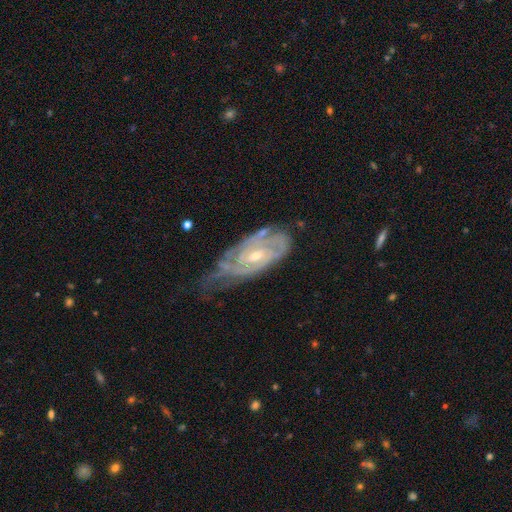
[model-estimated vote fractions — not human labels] Smooth or featured? featured or disk (85%)
Edge-on disk? no (94%)
Bar? no (46%)
Spiral arms? yes (93%)
Spiral winding? tight (67%)
Spiral arm count? 2 (37%)
Bulge size? small (49%)
Merging? none (43%)